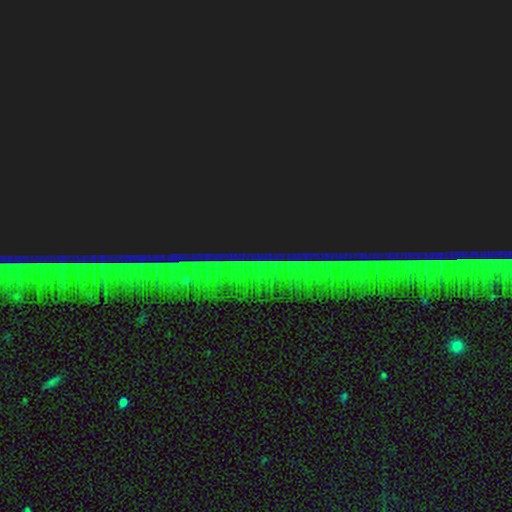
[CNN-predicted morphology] A star or artifact, not a galaxy (85%).